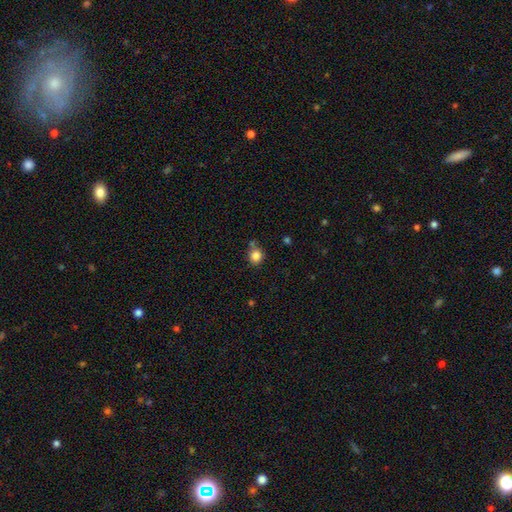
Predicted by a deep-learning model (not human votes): Q: Smooth or featured?
A: smooth (84%); runner-up: star or artifact (11%)
Q: How rounded?
A: round (85%); runner-up: in between (14%)
Q: Merging?
A: none (68%); runner-up: merger (14%)